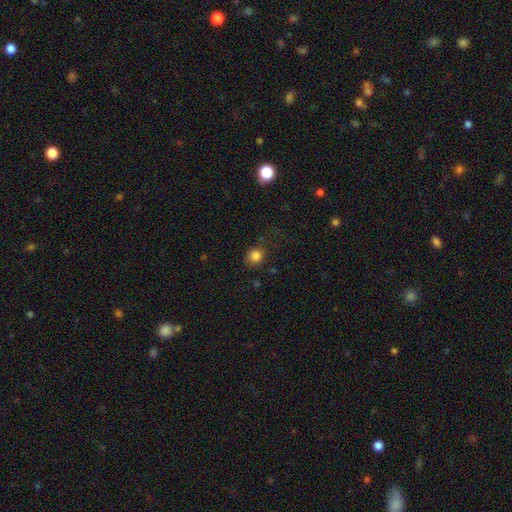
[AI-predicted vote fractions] Q: Smooth or featured?
A: smooth (83%); runner-up: star or artifact (12%)
Q: How rounded?
A: round (80%); runner-up: in between (19%)
Q: Merging?
A: none (77%); runner-up: minor disturbance (16%)